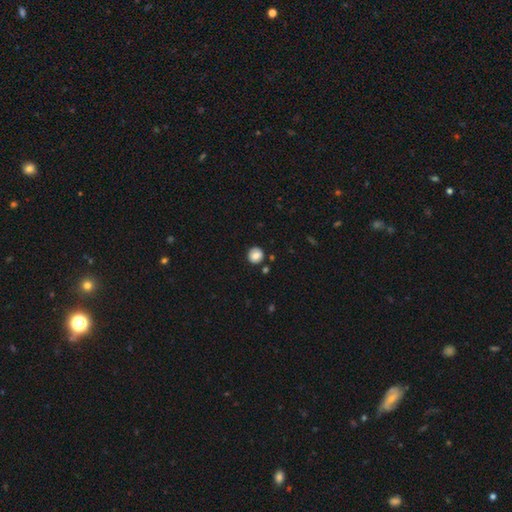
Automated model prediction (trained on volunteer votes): A smooth galaxy with no disk features (79%) that is round (93%). Merging: none (88%).